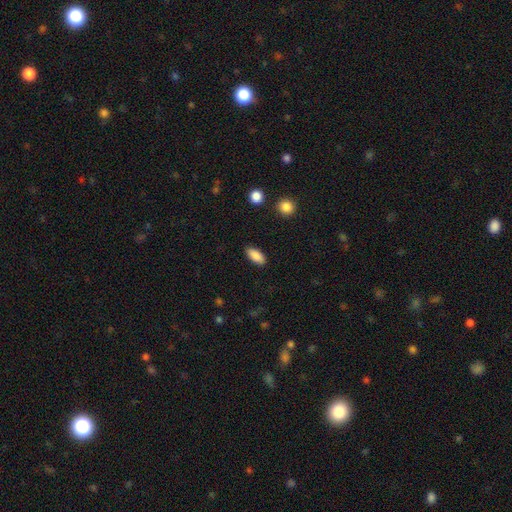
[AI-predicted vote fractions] smooth-or-featured: smooth: 88% | star or artifact: 7% | featured or disk: 5%
  how-rounded: in between: 86% | cigar-shaped: 12% | round: 2%
  merging: none: 88% | minor disturbance: 9% | major disturbance: 2% | merger: 1%